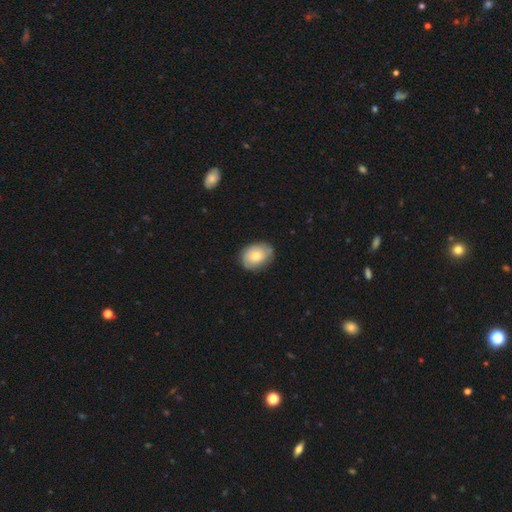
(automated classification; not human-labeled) smooth 56%, featured or disk 38%, star or artifact 7%. Down the decision tree: how rounded — in between (61%); merging — none (75%).